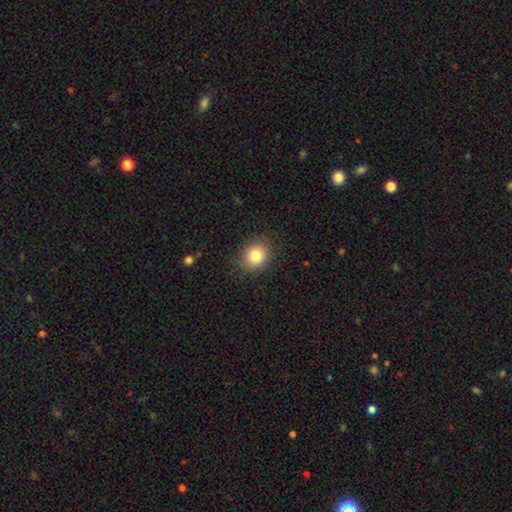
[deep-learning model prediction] Morphology: type=smooth (83%); roundness=round (63%); merging=none (85%).